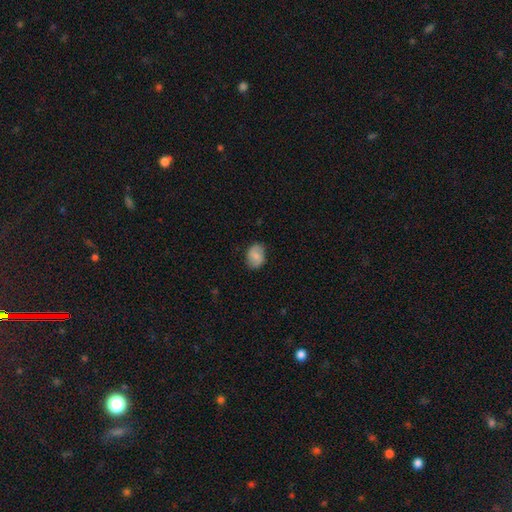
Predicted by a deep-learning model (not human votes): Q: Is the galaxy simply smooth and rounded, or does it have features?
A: smooth — 68%.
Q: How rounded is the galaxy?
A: in between — 68%.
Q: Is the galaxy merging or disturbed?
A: none — 80%.